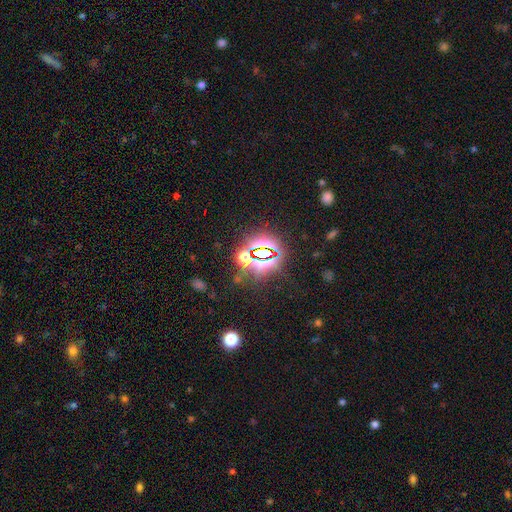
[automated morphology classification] The model was most divided on "smooth or featured": star or artifact: 75%, smooth: 17%, featured or disk: 8%.